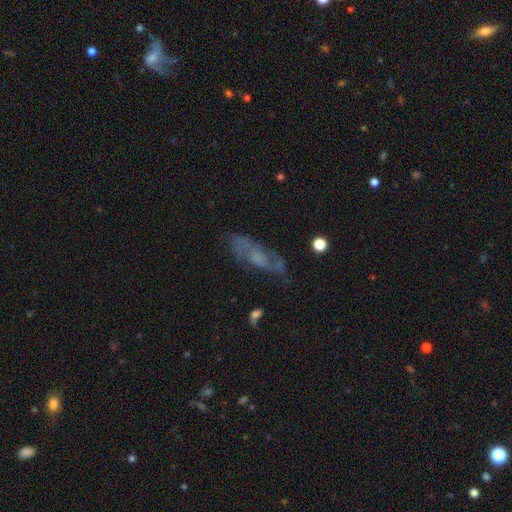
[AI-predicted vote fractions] Smooth or featured? featured or disk (60%)
Edge-on disk? no (82%)
Merging? none (64%)